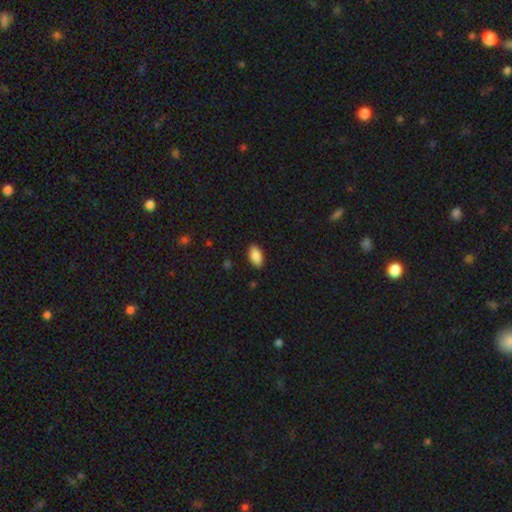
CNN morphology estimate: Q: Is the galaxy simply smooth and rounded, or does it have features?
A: smooth — 89%.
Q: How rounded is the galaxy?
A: in between — 94%.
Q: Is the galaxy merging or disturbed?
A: none — 88%.